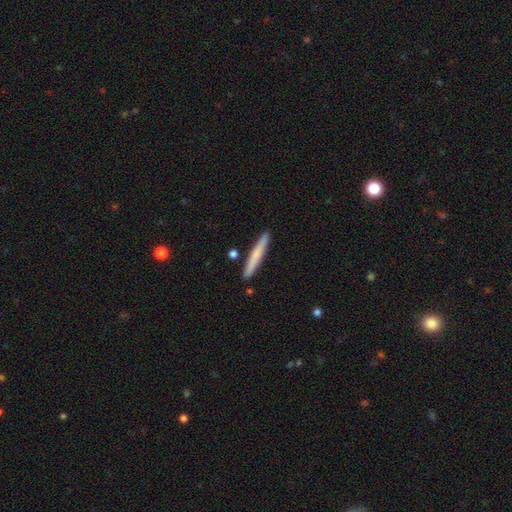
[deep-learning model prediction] A smooth galaxy with no disk features (66%) that is cigar-shaped (96%).

Vote fractions:
- Smooth or featured? smooth: 66% / featured or disk: 29% / star or artifact: 6%
- How rounded? cigar-shaped: 96% / in between: 3% / round: 1%
- Merging? none: 89% / minor disturbance: 7% / merger: 2% / major disturbance: 1%